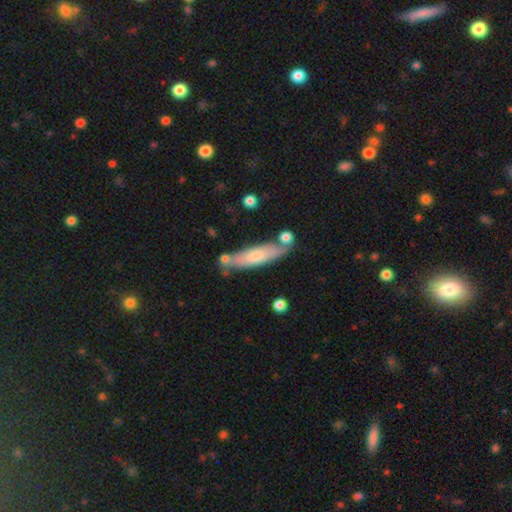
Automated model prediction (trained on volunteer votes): Smooth or featured? Predicted: smooth (p=0.60). How rounded? Predicted: cigar-shaped (p=0.71). Merging? Predicted: none (p=0.70).